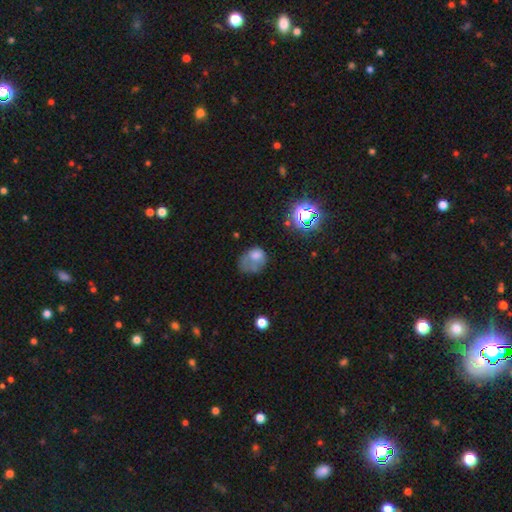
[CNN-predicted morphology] The model was most divided on "how rounded": in between: 53%, round: 46%, cigar-shaped: 1%. Remaining: smooth or featured — smooth (61%); merging — major disturbance (40%).